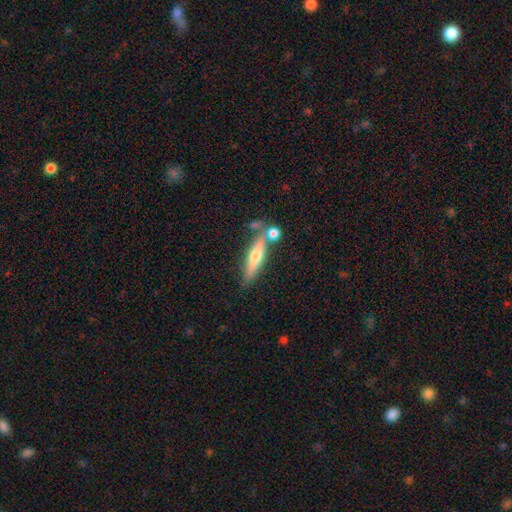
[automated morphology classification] Smooth or featured? featured or disk (54%)
Edge-on disk? yes (91%)
Merging? none (65%)